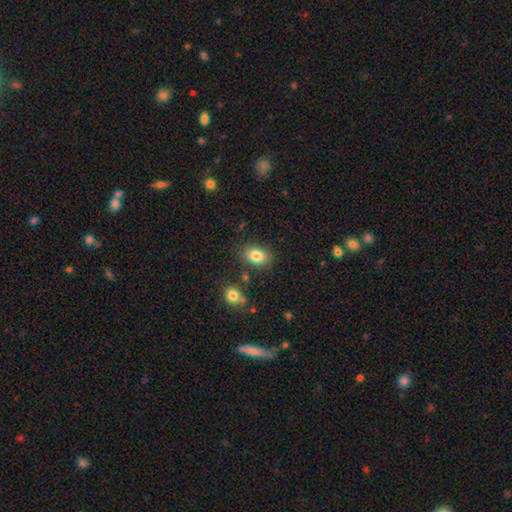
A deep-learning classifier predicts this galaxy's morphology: The model was most divided on "how rounded": in between: 82%, round: 17%, cigar-shaped: 1%. More confident: smooth or featured — smooth (83%); merging — none (80%).